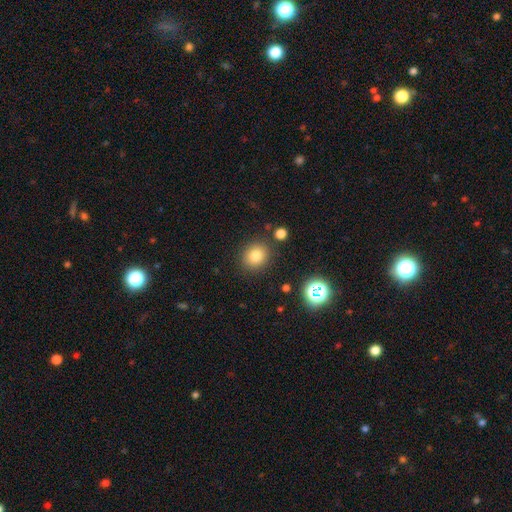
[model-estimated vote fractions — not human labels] This is likely a smooth galaxy (80%). How rounded: likely round (77%). Merging: clearly none (85%).